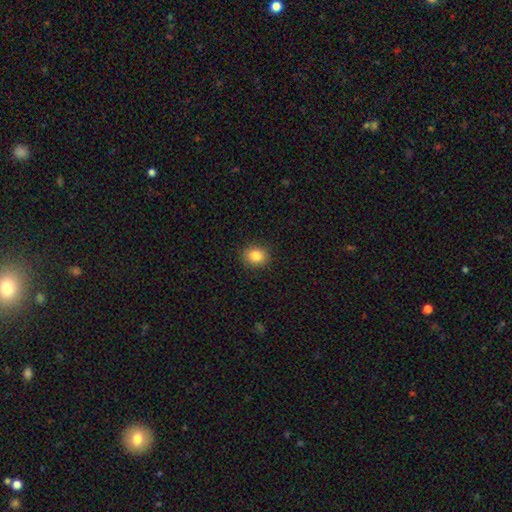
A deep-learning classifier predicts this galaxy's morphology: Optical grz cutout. It shows a smooth galaxy with no disk features (84%) that is round (67%). Merging: none (90%).